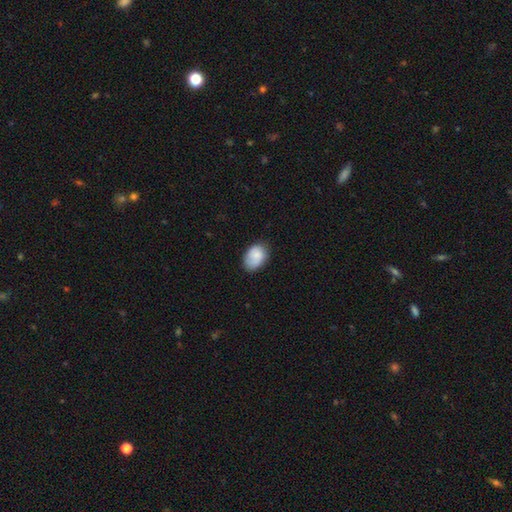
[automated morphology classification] A smooth galaxy with no disk features (82%) that is in between round and cigar-shaped (82%). Merging: none (70%).